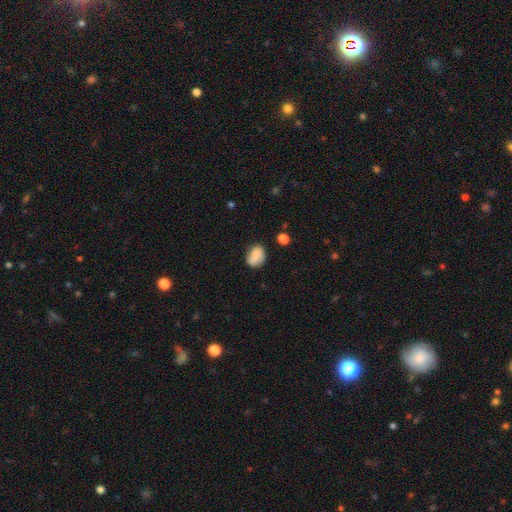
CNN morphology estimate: This is likely a smooth galaxy (79%). How rounded: likely in between (73%). Merging: likely none (68%).